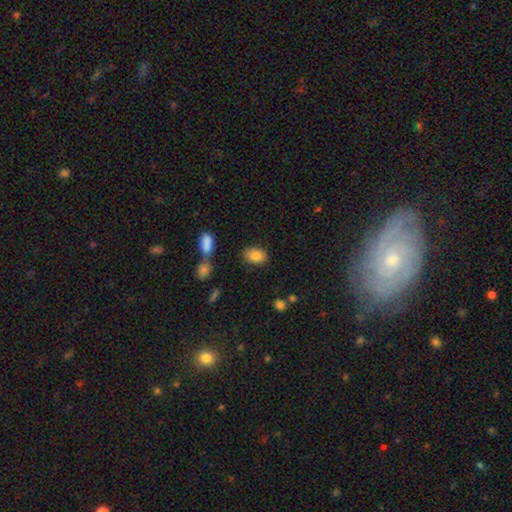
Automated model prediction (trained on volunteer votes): smooth 85%, star or artifact 8%, featured or disk 7%. Down the decision tree: how rounded — in between (85%); merging — none (80%).